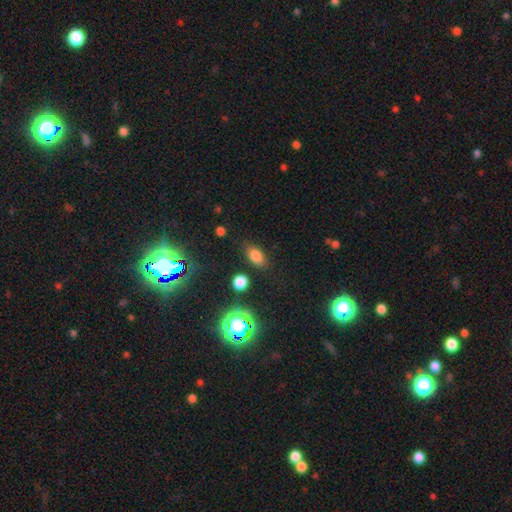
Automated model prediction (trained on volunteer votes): A smooth galaxy with no disk features (77%) that is in between round and cigar-shaped (84%).

Vote fractions:
- Smooth or featured? smooth: 77% / star or artifact: 16% / featured or disk: 8%
- How rounded? in between: 84% / round: 12% / cigar-shaped: 4%
- Merging? none: 81% / minor disturbance: 13% / major disturbance: 4% / merger: 3%